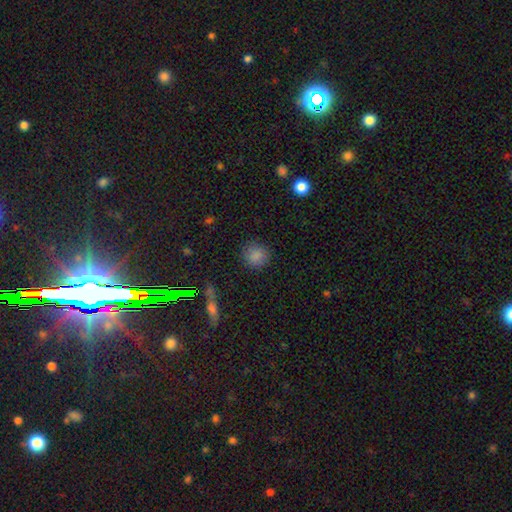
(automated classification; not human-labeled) This is clearly a smooth galaxy (84%). How rounded: clearly round (90%). Merging: clearly none (87%).